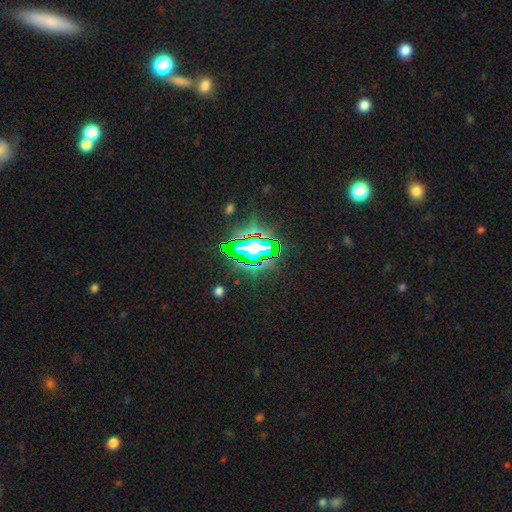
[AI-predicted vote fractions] Smooth or featured? Predicted: star or artifact (p=0.69).